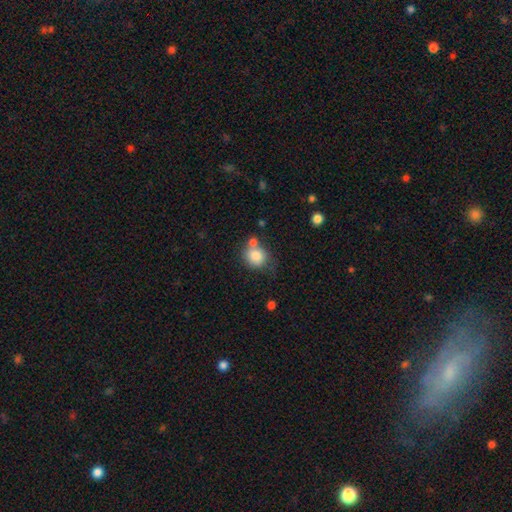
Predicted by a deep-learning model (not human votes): This is clearly a smooth galaxy (82%). How rounded: clearly round (81%). Merging: possibly none (55%).